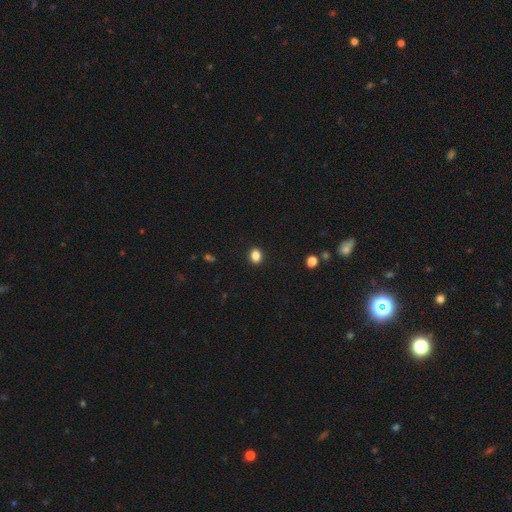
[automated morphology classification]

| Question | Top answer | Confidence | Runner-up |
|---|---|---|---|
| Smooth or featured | smooth | 86% | star or artifact (11%) |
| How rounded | in between | 57% | round (42%) |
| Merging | none | 90% | minor disturbance (7%) |